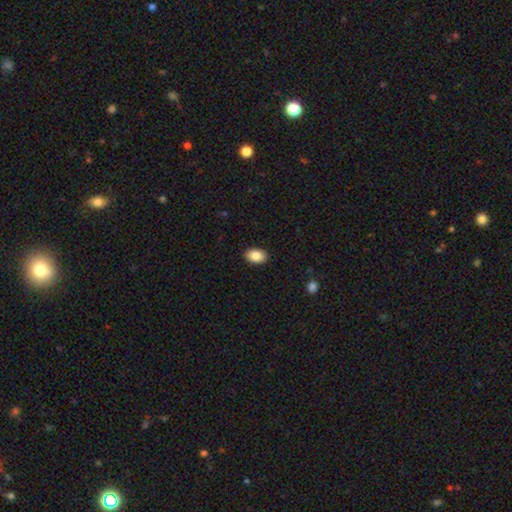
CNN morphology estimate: smooth 87%, star or artifact 7%, featured or disk 5%. Down the decision tree: how rounded — in between (88%); merging — none (90%).